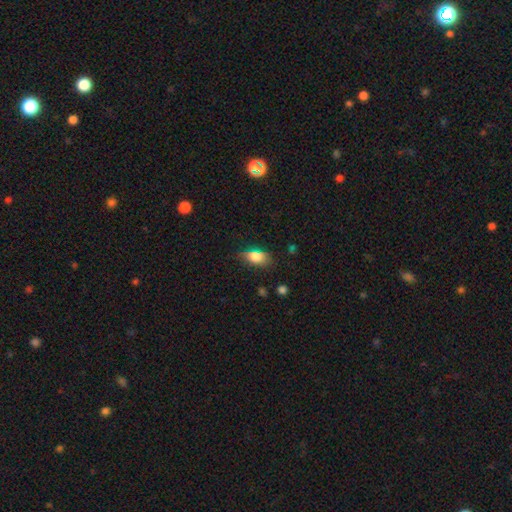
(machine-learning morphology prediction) This appears to be a smooth galaxy with no disk features (79%) that is in between round and cigar-shaped (85%). Merging: none (69%).